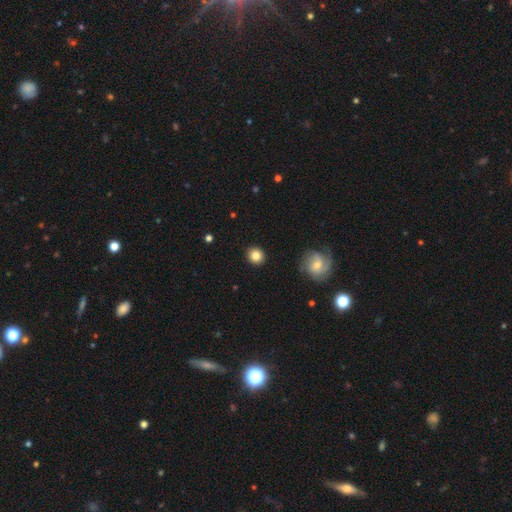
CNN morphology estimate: This appears to be a smooth galaxy with no disk features (84%) that is round (87%). Merging: none (91%).